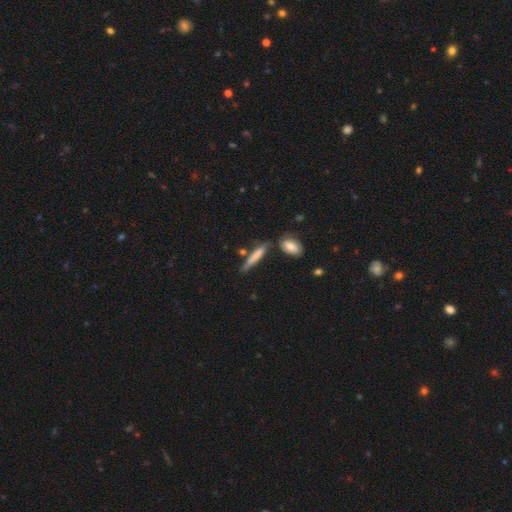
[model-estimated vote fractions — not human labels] smooth_or_featured: smooth (p=0.68) [alt: featured or disk p=0.25]
how_rounded: cigar-shaped (p=0.87) [alt: in between p=0.12]
merging: none (p=0.64) [alt: minor disturbance p=0.19]